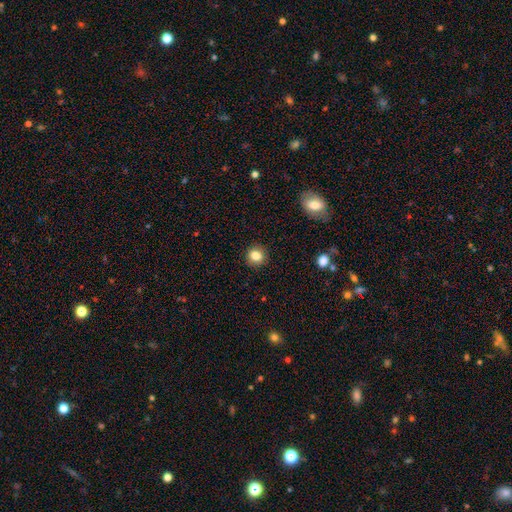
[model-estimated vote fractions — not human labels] This appears to be a smooth galaxy with no disk features (83%) that is round (86%). Merging: none (91%).